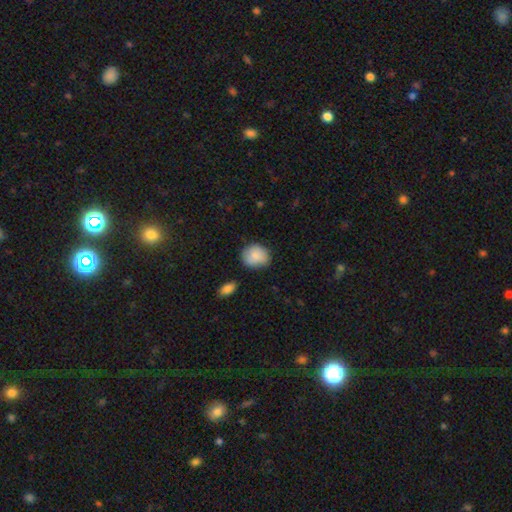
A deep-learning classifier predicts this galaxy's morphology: This appears to be a smooth galaxy with no disk features (85%) that is round (67%). Merging: none (72%).